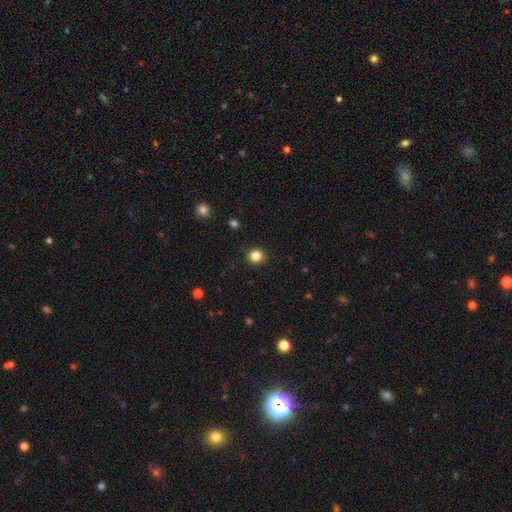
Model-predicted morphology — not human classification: Smooth or featured? smooth (84%)
How rounded? round (87%)
Merging? none (91%)